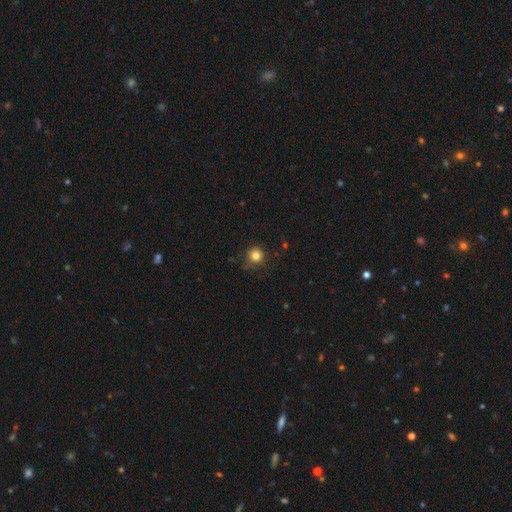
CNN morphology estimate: Smooth or featured?
  - smooth: 82% *
  - star or artifact: 13%
  - featured or disk: 6%
How rounded?
  - round: 94% *
  - in between: 5%
  - cigar-shaped: 1%
Merging?
  - none: 78% *
  - minor disturbance: 16%
  - major disturbance: 4%
  - merger: 2%